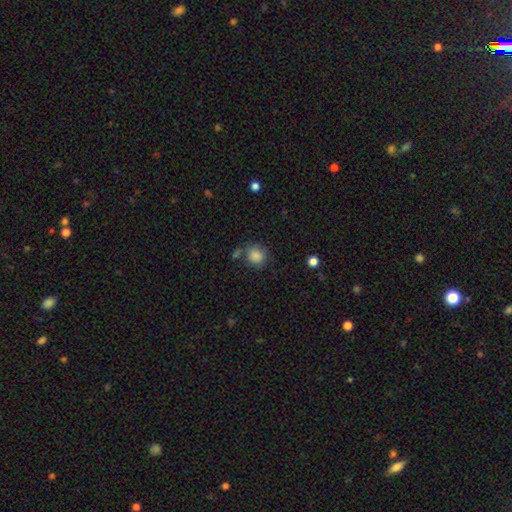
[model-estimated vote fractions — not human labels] Smooth or featured? Predicted: smooth (p=0.86). How rounded? Predicted: round (p=0.80). Merging? Predicted: none (p=0.68).